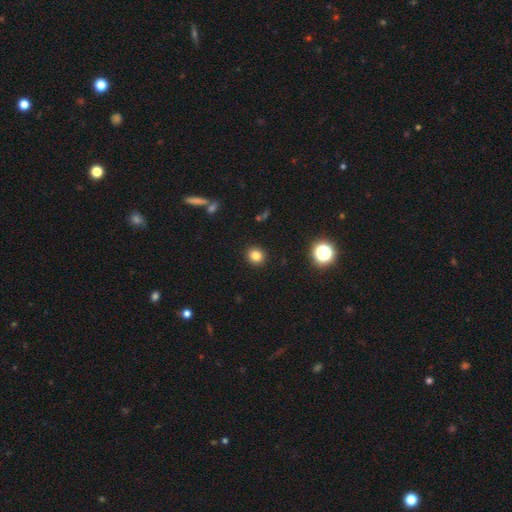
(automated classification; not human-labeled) A smooth galaxy with no disk features (81%) that is round (87%).

Vote fractions:
- Smooth or featured? smooth: 81% / star or artifact: 14% / featured or disk: 5%
- How rounded? round: 87% / in between: 12% / cigar-shaped: 1%
- Merging? none: 92% / minor disturbance: 5% / major disturbance: 2% / merger: 1%